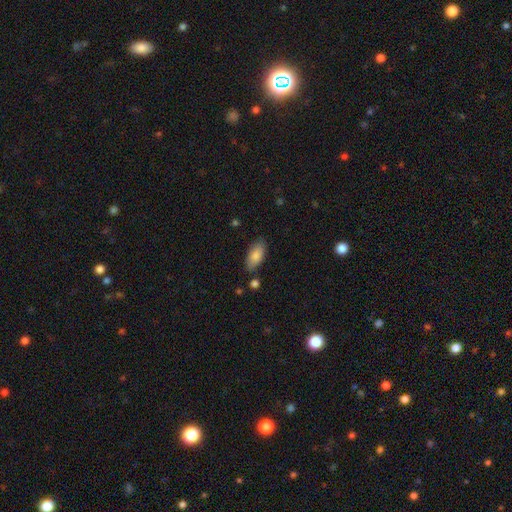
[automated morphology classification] Q: Smooth or featured?
A: smooth (85%); runner-up: featured or disk (9%)
Q: How rounded?
A: in between (89%); runner-up: cigar-shaped (8%)
Q: Merging?
A: none (81%); runner-up: minor disturbance (13%)